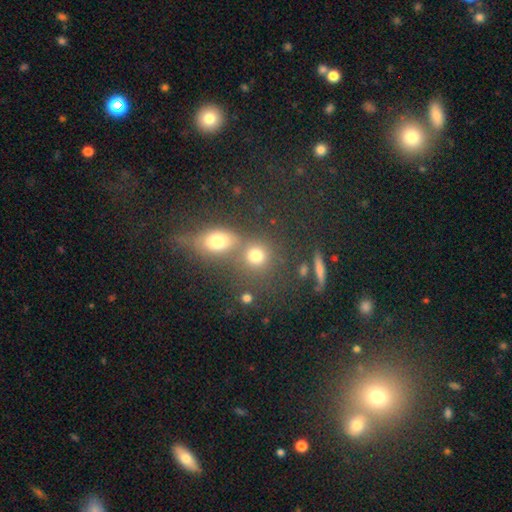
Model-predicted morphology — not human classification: smooth-or-featured: smooth: 76% | star or artifact: 15% | featured or disk: 9%
  how-rounded: round: 76% | in between: 22% | cigar-shaped: 2%
  merging: none: 53% | merger: 35% | minor disturbance: 8% | major disturbance: 5%